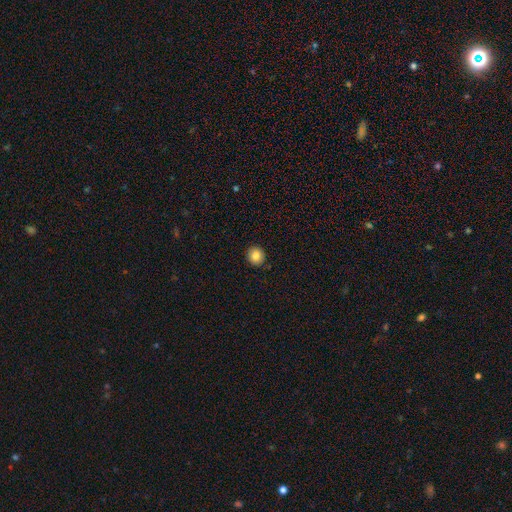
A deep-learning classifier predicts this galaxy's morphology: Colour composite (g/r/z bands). It shows a smooth galaxy with no disk features (84%) that is round (92%). Merging: none (92%).